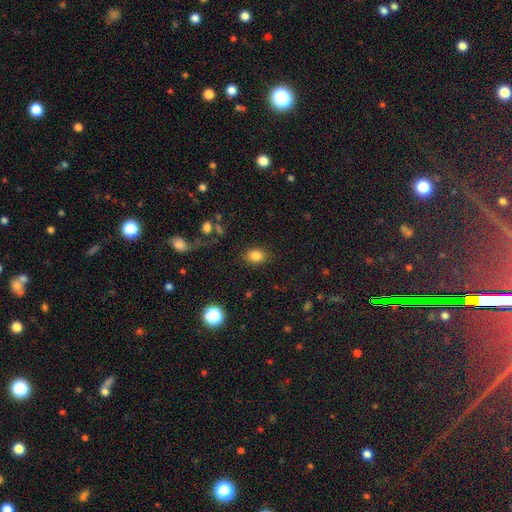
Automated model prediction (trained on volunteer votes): Smooth or featured?
  - smooth: 83% *
  - star or artifact: 11%
  - featured or disk: 6%
How rounded?
  - in between: 63% *
  - round: 36%
  - cigar-shaped: 1%
Merging?
  - none: 85% *
  - minor disturbance: 10%
  - major disturbance: 4%
  - merger: 2%